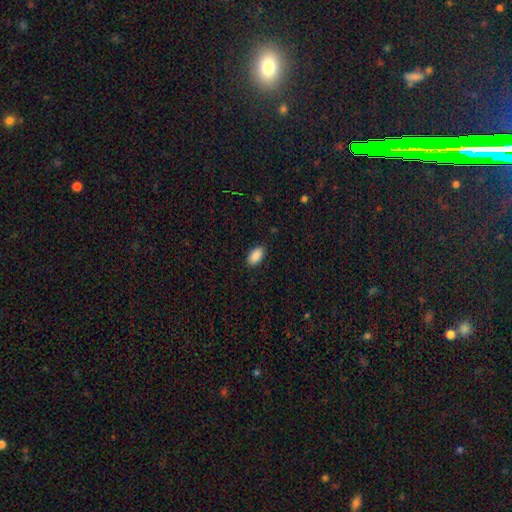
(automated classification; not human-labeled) Smooth or featured?
  - smooth: 90% *
  - star or artifact: 7%
  - featured or disk: 3%
How rounded?
  - in between: 94% *
  - round: 4%
  - cigar-shaped: 2%
Merging?
  - none: 87% *
  - minor disturbance: 10%
  - major disturbance: 2%
  - merger: 1%